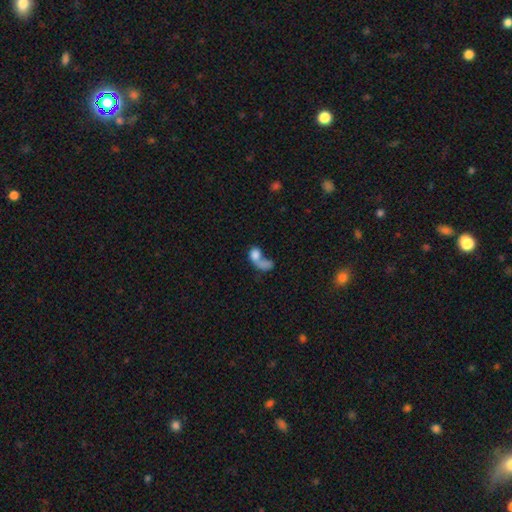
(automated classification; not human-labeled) Overall: smooth (70%). How rounded: in between (67%; round 29%). Merging: merger (58%; major disturbance 18%).